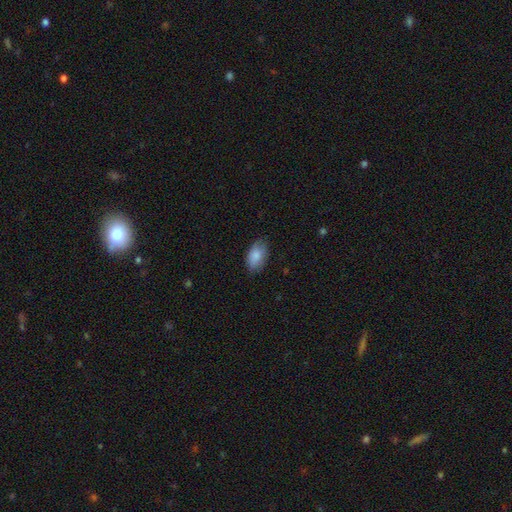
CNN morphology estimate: The model was most divided on "merging": none: 78%, minor disturbance: 18%, major disturbance: 3%, merger: 1%. More confident: how rounded — in between (93%); smooth or featured — smooth (86%).